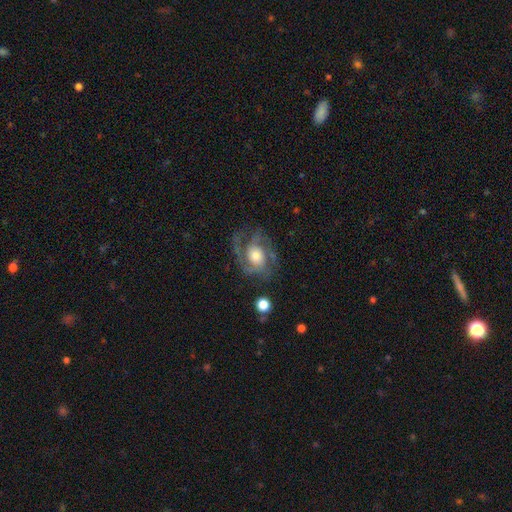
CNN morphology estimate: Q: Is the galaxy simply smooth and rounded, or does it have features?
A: featured or disk — 85%.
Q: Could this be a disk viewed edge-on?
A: no — 98%.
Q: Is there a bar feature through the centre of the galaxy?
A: no — 71%.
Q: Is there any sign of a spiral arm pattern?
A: yes — 95%.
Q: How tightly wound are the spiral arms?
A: medium — 46%.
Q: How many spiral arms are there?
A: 2 — 44%.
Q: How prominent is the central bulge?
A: moderate — 51%.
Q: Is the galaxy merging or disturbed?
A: none — 66%.